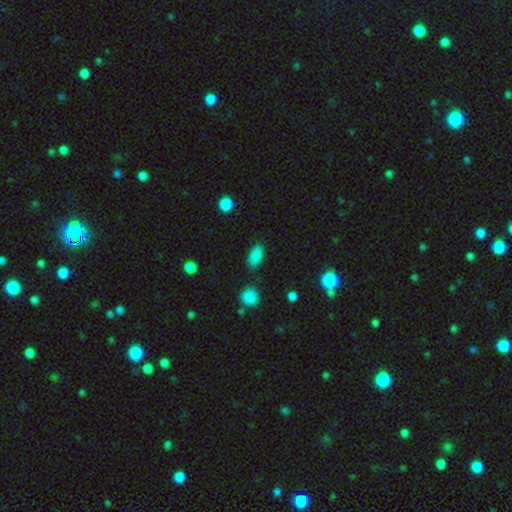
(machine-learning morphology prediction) smooth-or-featured: smooth: 86% | star or artifact: 9% | featured or disk: 5%
  how-rounded: in between: 90% | cigar-shaped: 5% | round: 4%
  merging: none: 82% | minor disturbance: 12% | major disturbance: 3% | merger: 3%